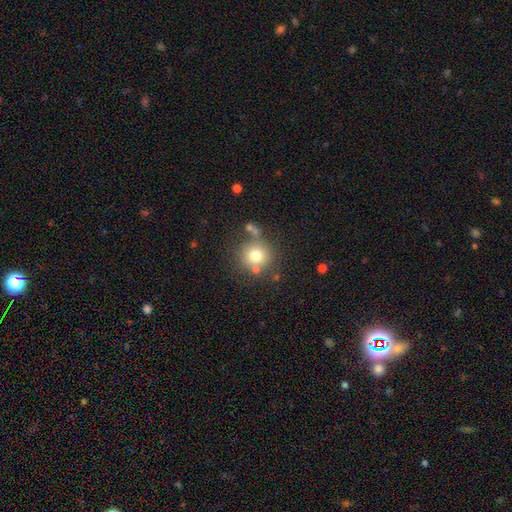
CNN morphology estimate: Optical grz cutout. It shows a smooth galaxy with no disk features (75%) that is round (91%). Merging: none (68%).